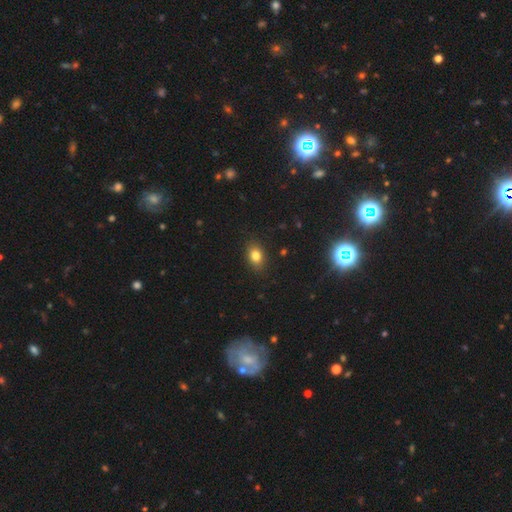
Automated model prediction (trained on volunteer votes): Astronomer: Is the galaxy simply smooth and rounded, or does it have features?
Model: smooth — 81%.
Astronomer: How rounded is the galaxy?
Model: in between — 71%.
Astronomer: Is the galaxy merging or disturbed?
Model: none — 87%.